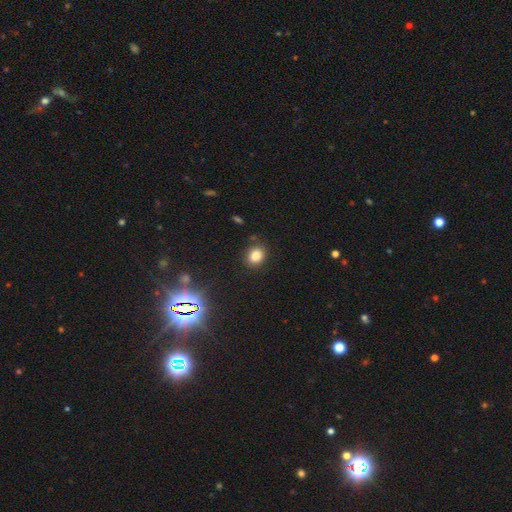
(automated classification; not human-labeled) The model was most divided on "how rounded": round: 60%, in between: 39%, cigar-shaped: 1%. More confident: merging — none (85%); smooth or featured — smooth (81%).